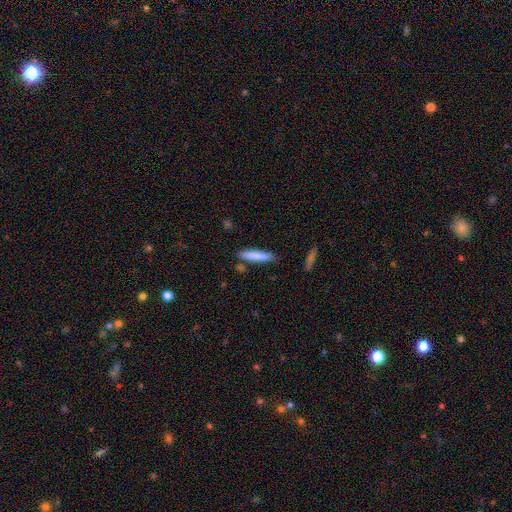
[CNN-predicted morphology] smooth-or-featured: smooth: 81% | featured or disk: 13% | star or artifact: 6%
  how-rounded: cigar-shaped: 88% | in between: 11% | round: 1%
  merging: none: 81% | minor disturbance: 13% | merger: 4% | major disturbance: 2%